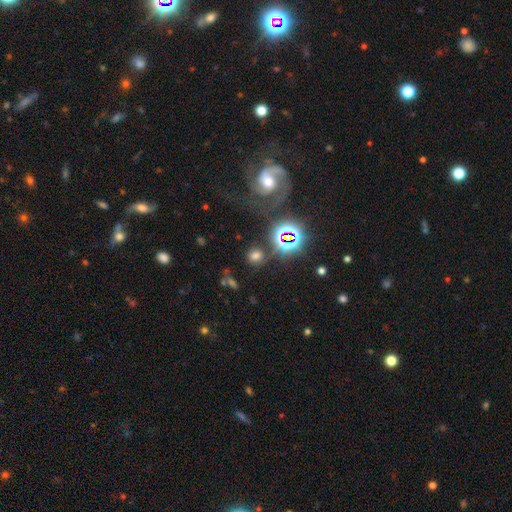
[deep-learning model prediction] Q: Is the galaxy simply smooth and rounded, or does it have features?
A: smooth — 57%.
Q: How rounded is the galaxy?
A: round — 72%.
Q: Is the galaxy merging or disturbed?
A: none — 74%.